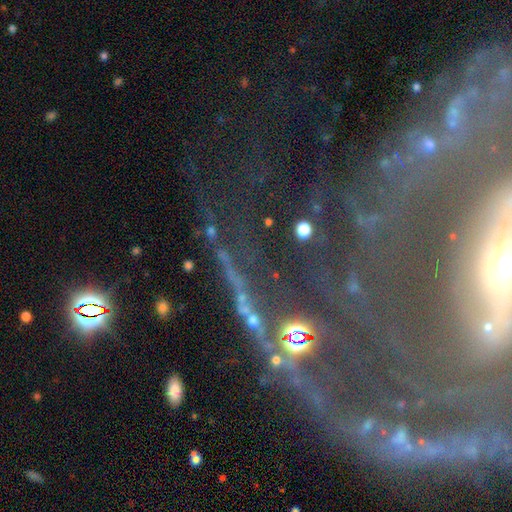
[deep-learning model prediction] smooth_or_featured: star or artifact (p=0.56) [alt: featured or disk p=0.31]